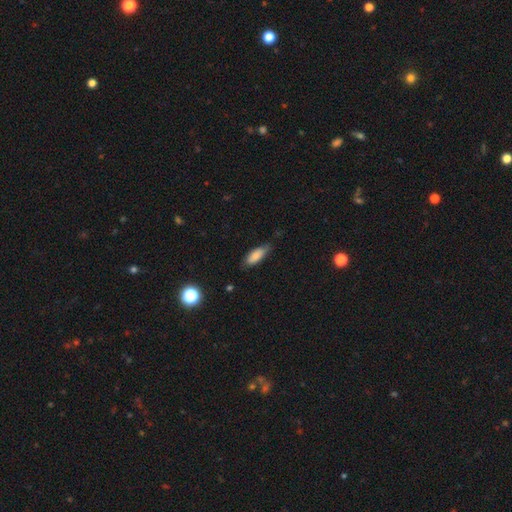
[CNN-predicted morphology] Smooth or featured? smooth (80%)
How rounded? in between (72%)
Merging? none (66%)